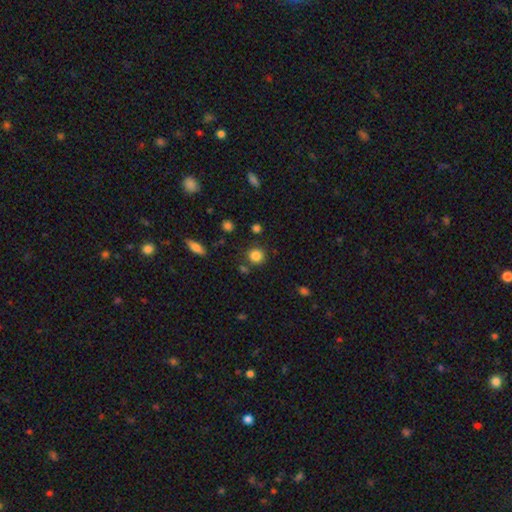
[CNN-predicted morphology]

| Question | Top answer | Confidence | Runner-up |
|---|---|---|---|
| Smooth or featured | smooth | 84% | star or artifact (11%) |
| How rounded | round | 89% | in between (10%) |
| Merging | none | 82% | minor disturbance (9%) |